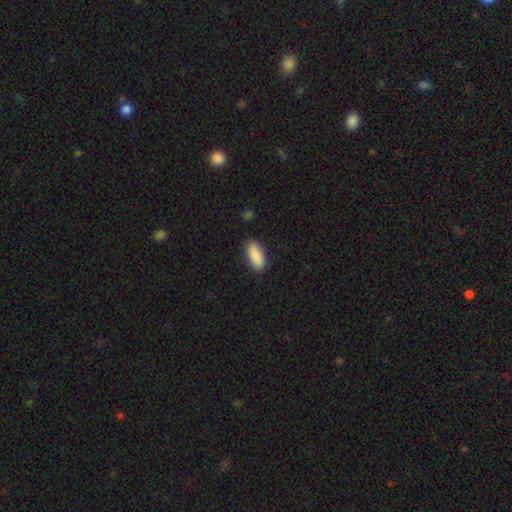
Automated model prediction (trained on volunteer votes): Overall: smooth (89%). How rounded: in between (79%). Merging: none (84%).